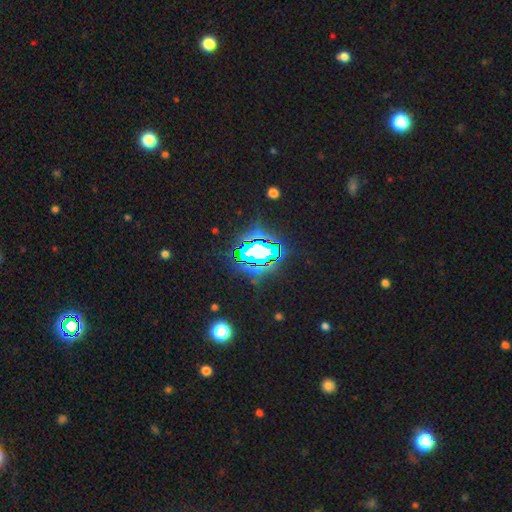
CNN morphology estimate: The model was most divided on "smooth or featured": star or artifact: 70%, smooth: 16%, featured or disk: 14%.